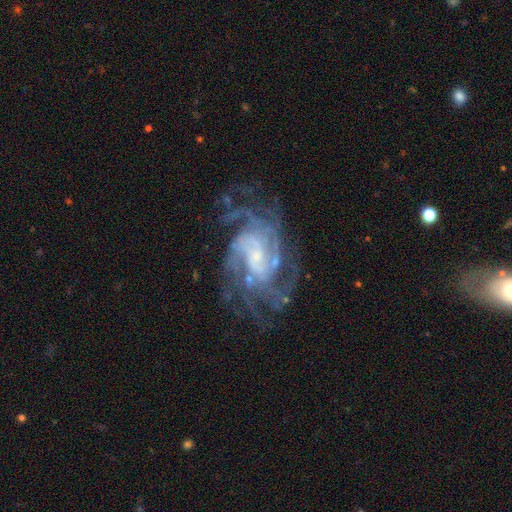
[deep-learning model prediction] Smooth or featured? featured or disk (88%)
Edge-on disk? no (97%)
Bar? no (49%)
Spiral arms? yes (96%)
Spiral winding? tight (49%)
Spiral arm count? can't tell (27%)
Bulge size? small (53%)
Merging? none (65%)